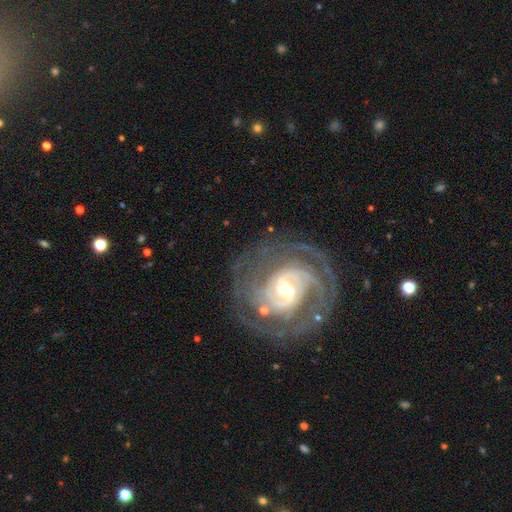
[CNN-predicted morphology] A featured or disk galaxy (85%) with a weak bar (40%), 2 (40%) tight (65%) spiral arms (92%) and a small central bulge (45%). Merging: none (76%).